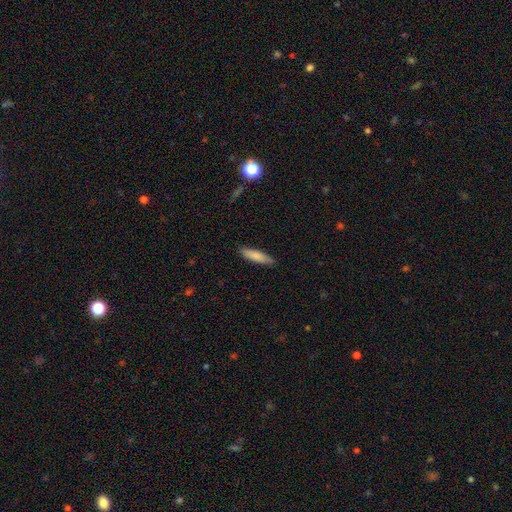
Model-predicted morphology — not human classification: Smooth or featured? smooth (82%)
How rounded? cigar-shaped (73%)
Merging? none (87%)